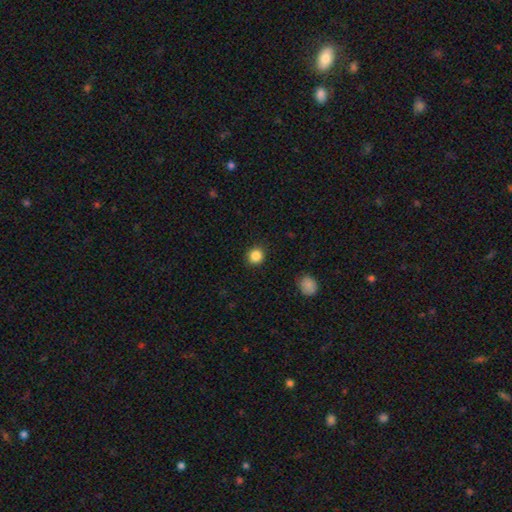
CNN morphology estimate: smooth-or-featured: smooth: 86% | star or artifact: 11% | featured or disk: 3%
  how-rounded: round: 91% | in between: 8% | cigar-shaped: 1%
  merging: none: 91% | minor disturbance: 6% | major disturbance: 2% | merger: 1%